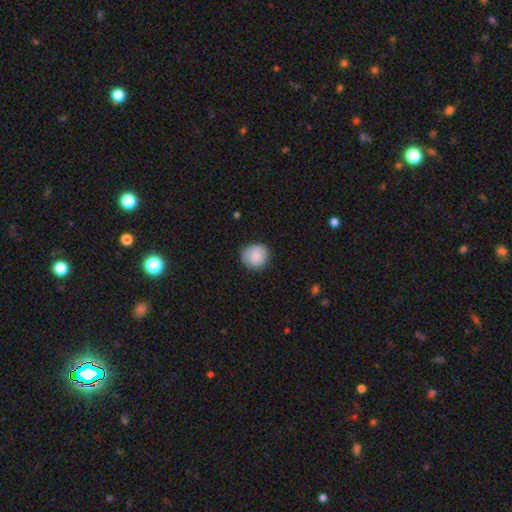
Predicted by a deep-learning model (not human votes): smooth-or-featured: smooth: 86% | star or artifact: 7% | featured or disk: 7%
  how-rounded: round: 89% | in between: 10% | cigar-shaped: 1%
  merging: none: 82% | minor disturbance: 15% | major disturbance: 3% | merger: 1%